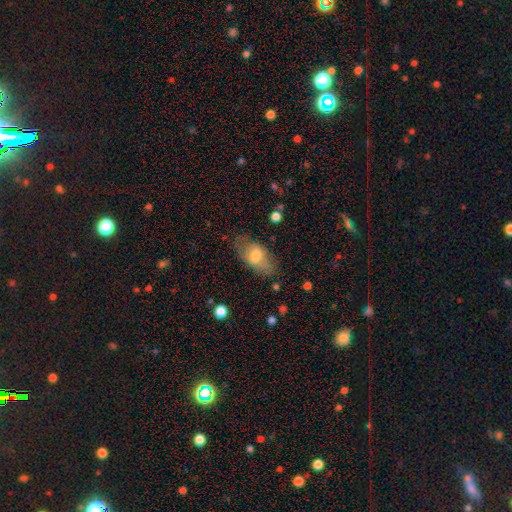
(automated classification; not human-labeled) This is likely a smooth galaxy (65%). How rounded: clearly in between (90%). Merging: likely none (69%).